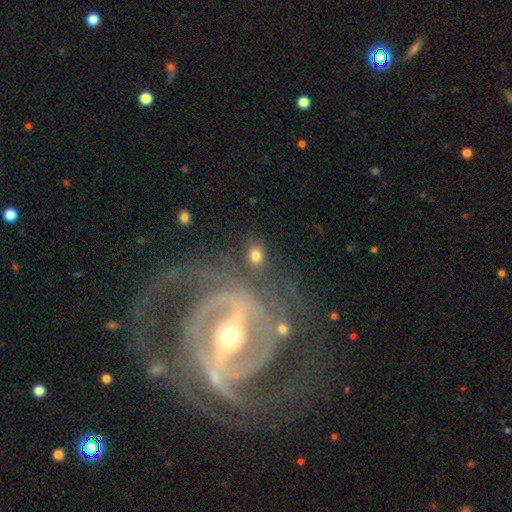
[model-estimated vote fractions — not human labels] Morphology: type=smooth (72%); roundness=in between (55%); merging=none (76%).